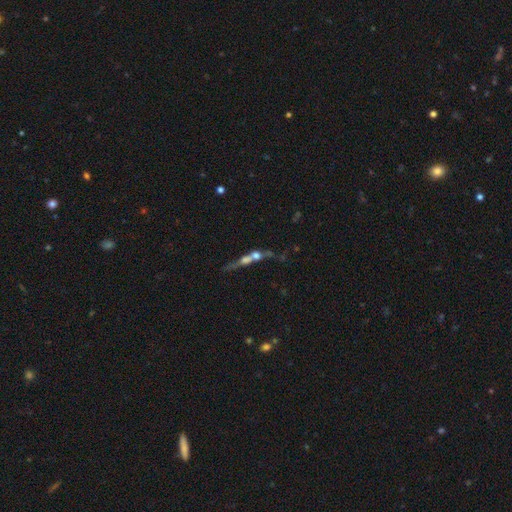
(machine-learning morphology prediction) A featured or disk galaxy (54%) viewed edge-on (63%). Merging: merger (55%).